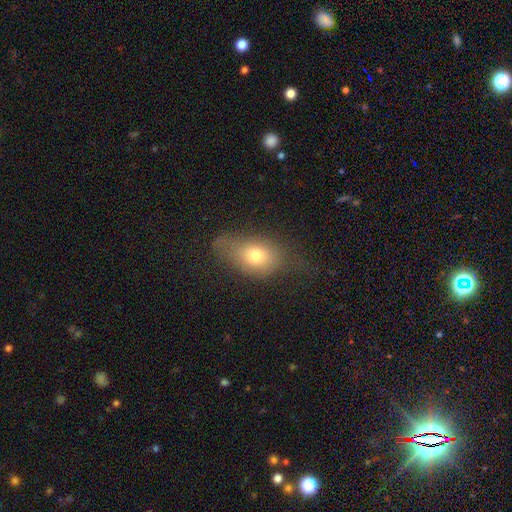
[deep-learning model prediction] Overall: smooth (73%). How rounded: in between (77%). Merging: none (43%; minor disturbance 33%).